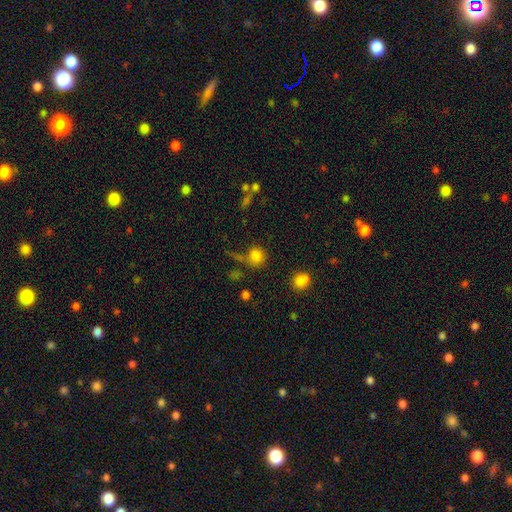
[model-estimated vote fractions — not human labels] Q: Smooth or featured?
A: smooth (77%); runner-up: star or artifact (16%)
Q: How rounded?
A: round (80%); runner-up: in between (18%)
Q: Merging?
A: none (59%); runner-up: merger (18%)